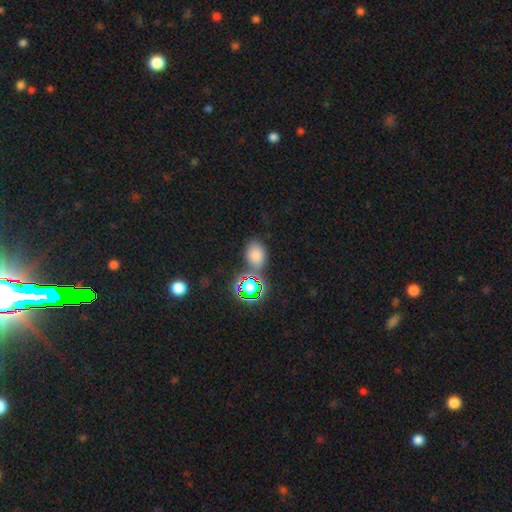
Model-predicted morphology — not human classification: type=smooth (69%); roundness=in between (67%); merging=none (66%).